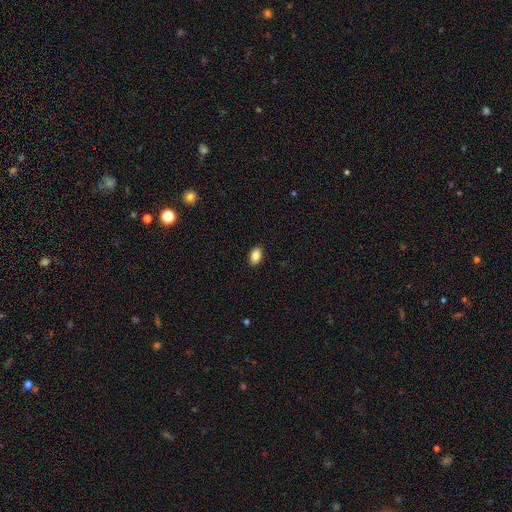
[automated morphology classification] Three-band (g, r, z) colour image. It shows a smooth galaxy with no disk features (88%) that is in between round and cigar-shaped (89%). Merging: none (90%).